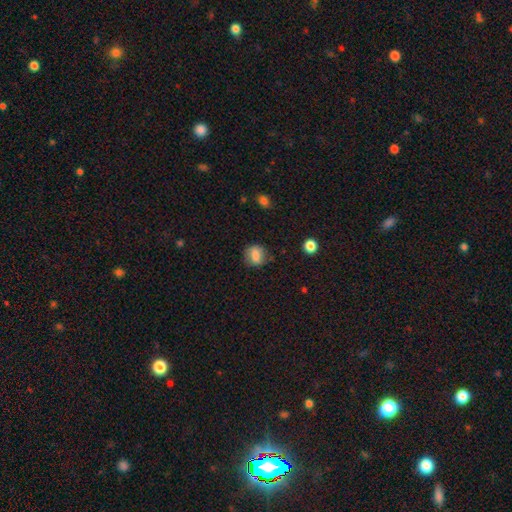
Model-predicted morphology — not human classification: Overall: smooth (78%). How rounded: round (56%; in between 41%). Merging: none (77%).